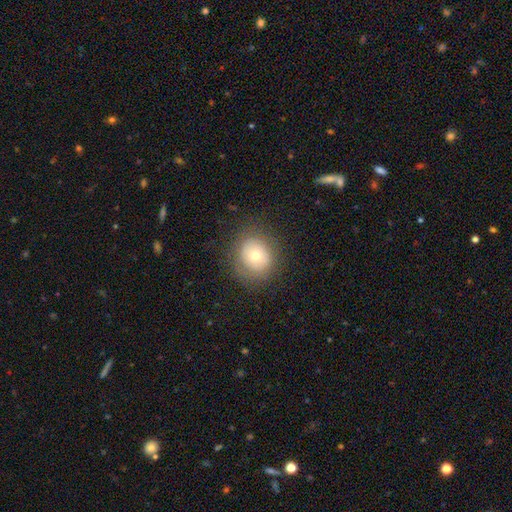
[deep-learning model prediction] Q: Smooth or featured?
A: smooth (65%); runner-up: featured or disk (24%)
Q: How rounded?
A: round (82%); runner-up: in between (18%)
Q: Merging?
A: none (81%); runner-up: minor disturbance (12%)